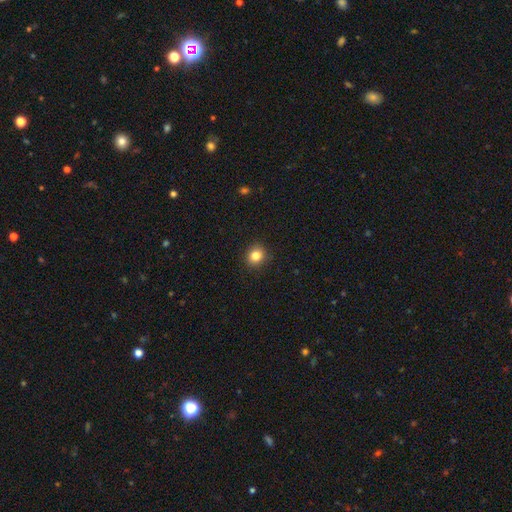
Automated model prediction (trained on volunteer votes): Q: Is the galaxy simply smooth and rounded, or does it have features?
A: smooth — 84%.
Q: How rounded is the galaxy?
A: round — 80%.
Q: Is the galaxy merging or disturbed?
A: none — 91%.